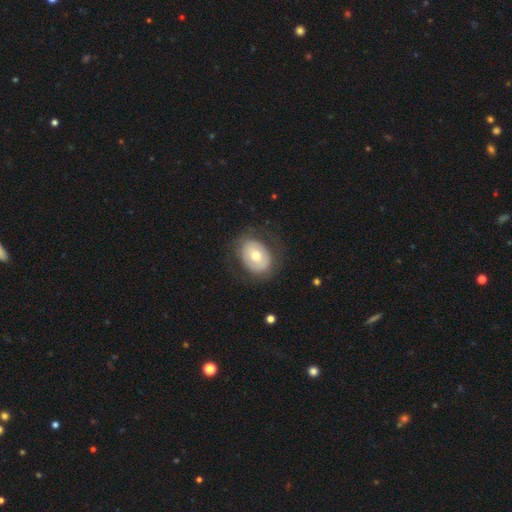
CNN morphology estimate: type=smooth (58%); roundness=in between (62%); merging=none (74%).